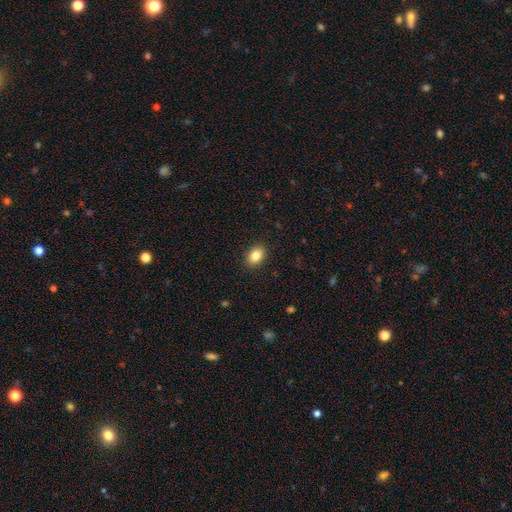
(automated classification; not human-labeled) A smooth galaxy with no disk features (85%) that is in between round and cigar-shaped (76%). Merging: none (90%).